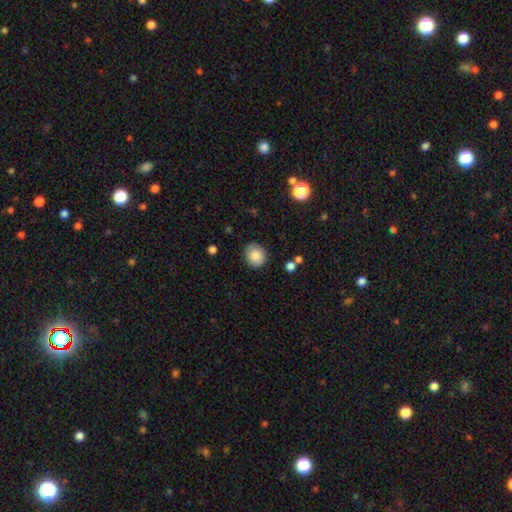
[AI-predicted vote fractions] Q: Smooth or featured?
A: smooth (86%); runner-up: star or artifact (8%)
Q: How rounded?
A: round (76%); runner-up: in between (23%)
Q: Merging?
A: none (83%); runner-up: minor disturbance (13%)